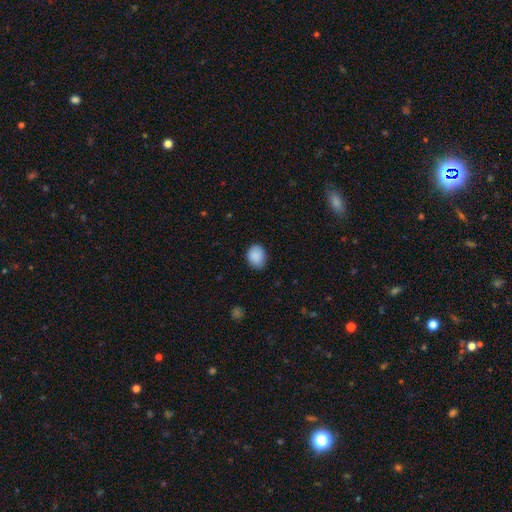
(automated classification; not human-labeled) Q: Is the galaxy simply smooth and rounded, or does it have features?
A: smooth — 89%.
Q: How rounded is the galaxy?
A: in between — 59%.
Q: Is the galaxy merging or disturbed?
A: none — 78%.